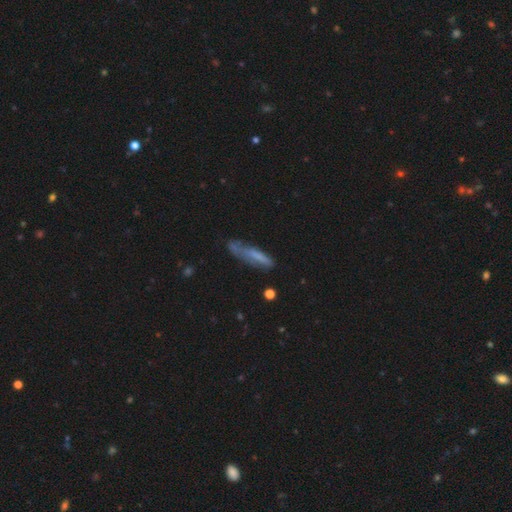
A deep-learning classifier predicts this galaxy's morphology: Smooth or featured? smooth (57%)
How rounded? cigar-shaped (82%)
Merging? none (51%)